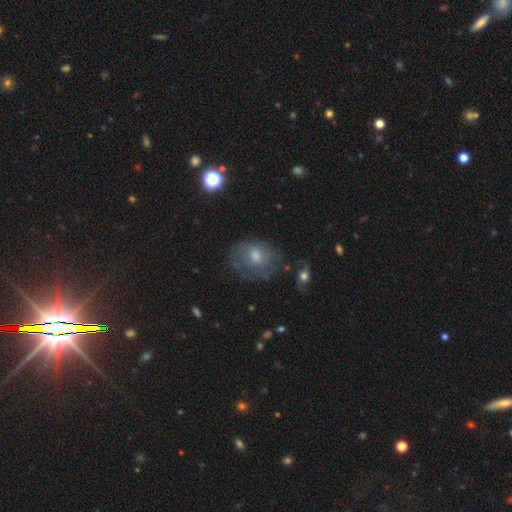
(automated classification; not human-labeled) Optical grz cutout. It shows a smooth galaxy with no disk features (48%). Merging: none (61%).